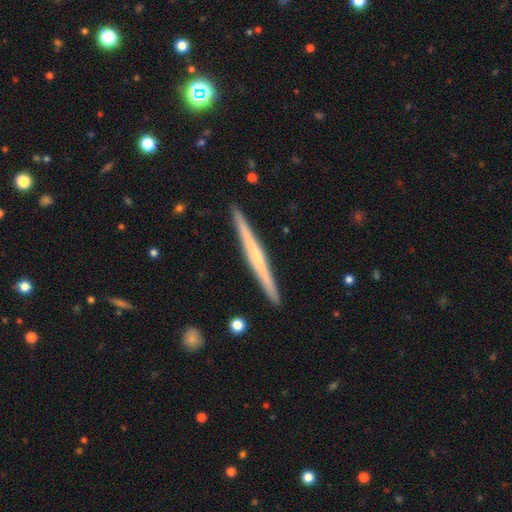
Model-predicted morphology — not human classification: Smooth or featured: featured or disk — 63% (smooth — 32%)
Edge-on disk: yes — 98% (no — 2%)
Edge-on bulge: none — 63% (rounded — 29%)
Merging: none — 93% (minor disturbance — 5%)